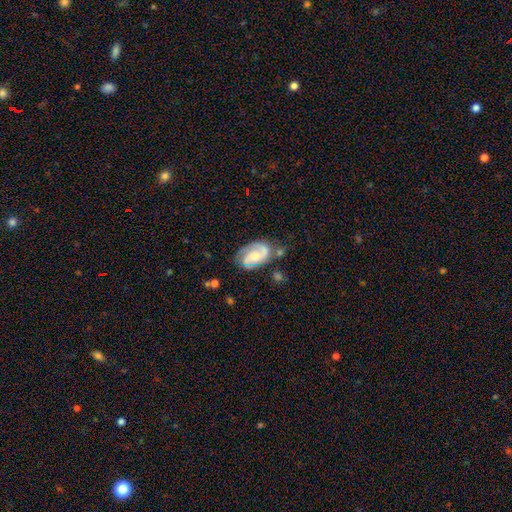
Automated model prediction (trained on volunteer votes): Overall: featured or disk (78%). Edge-on disk: no (97%). Bar: no (54%; weak 37%). Spiral arms: yes (95%). Spiral arm count: 2 (81%). Spiral winding: medium (49%; tight 30%). Bulge size: moderate (41%; small 40%). Merging: none (59%; minor disturbance 23%).